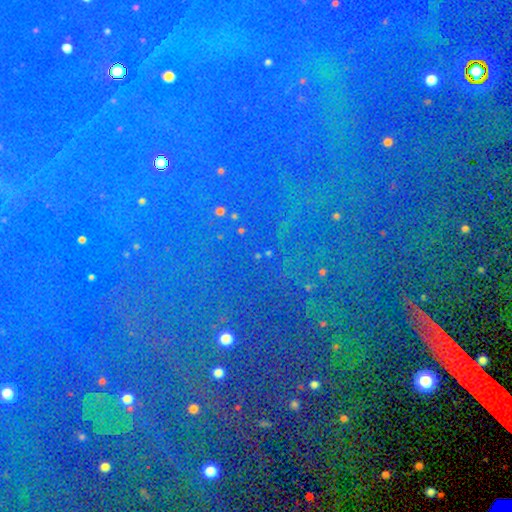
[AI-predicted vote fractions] Smooth or featured?
  - star or artifact: 82% *
  - smooth: 9%
  - featured or disk: 9%